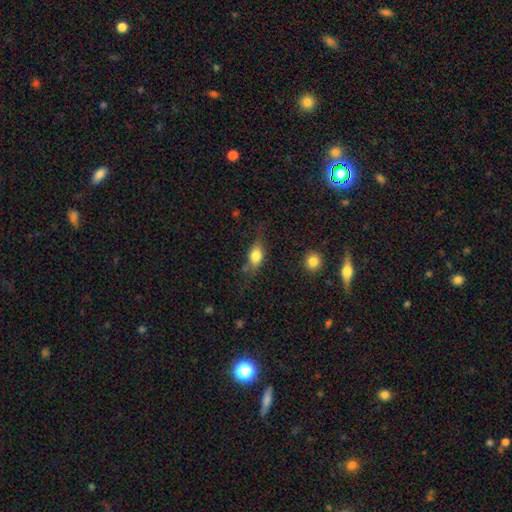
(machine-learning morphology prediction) type=smooth (70%); roundness=in between (75%); merging=none (62%).